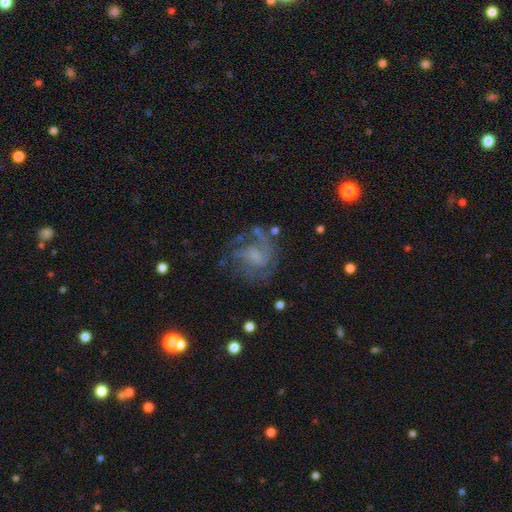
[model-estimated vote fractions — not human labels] smooth_or_featured: featured or disk (p=0.75) [alt: smooth p=0.16]
disk_edge_on: no (p=0.98) [alt: yes p=0.02]
bar: weak (p=0.44) [tied with: no p=0.44]
has_spiral_arms: yes (p=0.88) [alt: no p=0.12]
spiral_winding: medium (p=0.45) [alt: tight p=0.35]
spiral_arm_count: 2 (p=0.29) [alt: can't tell p=0.26]
bulge_size: none (p=0.42) [alt: small p=0.27]
merging: none (p=0.57) [alt: major disturbance p=0.21]